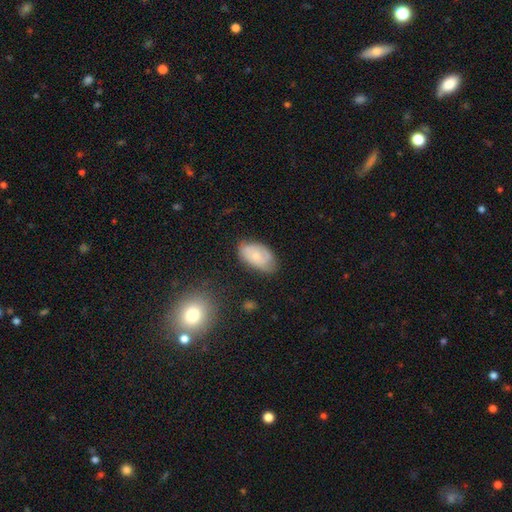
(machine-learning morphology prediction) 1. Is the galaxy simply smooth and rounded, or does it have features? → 51% smooth, 42% featured or disk, 7% star or artifact.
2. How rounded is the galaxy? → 92% in between, 6% round, 2% cigar-shaped.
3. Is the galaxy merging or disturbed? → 67% none, 25% minor disturbance, 6% major disturbance, 2% merger.